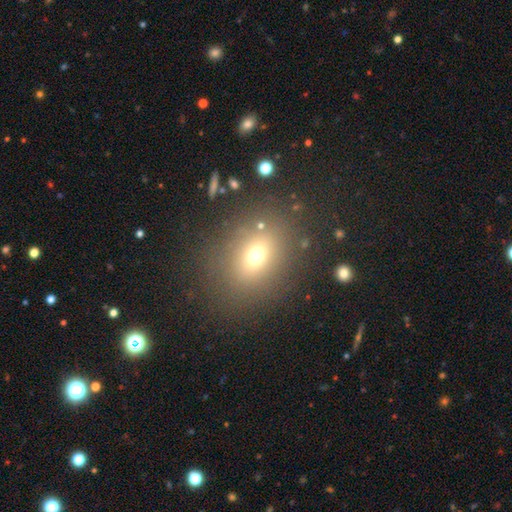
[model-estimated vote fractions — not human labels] smooth 68%, star or artifact 19%, featured or disk 13%. Down the decision tree: how rounded — in between (52%); merging — none (81%).